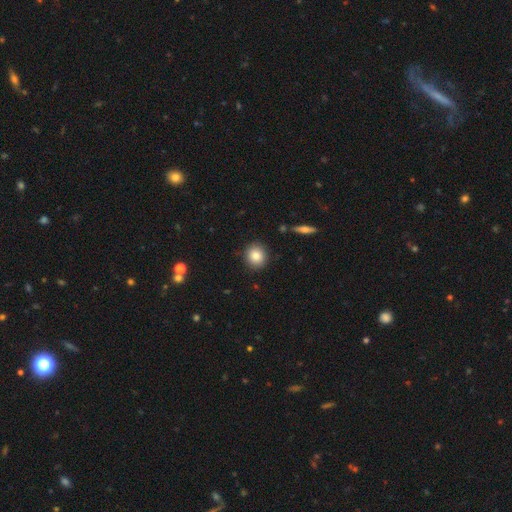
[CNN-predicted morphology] Q: Smooth or featured?
A: smooth (83%); runner-up: star or artifact (9%)
Q: How rounded?
A: round (83%); runner-up: in between (16%)
Q: Merging?
A: none (90%); runner-up: minor disturbance (7%)